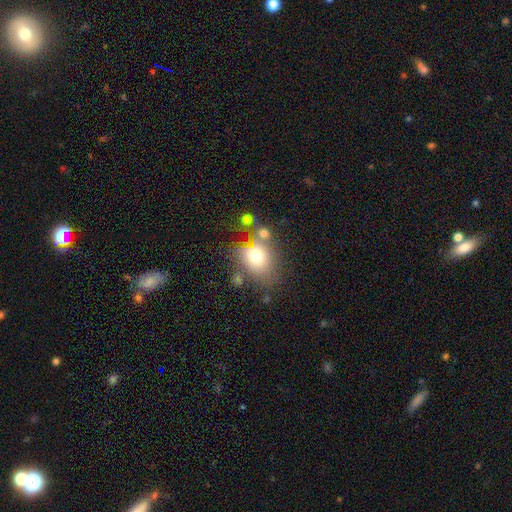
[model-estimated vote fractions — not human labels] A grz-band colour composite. It shows a smooth galaxy with no disk features (67%) that is in between round and cigar-shaped (61%). Merging: none (50%).